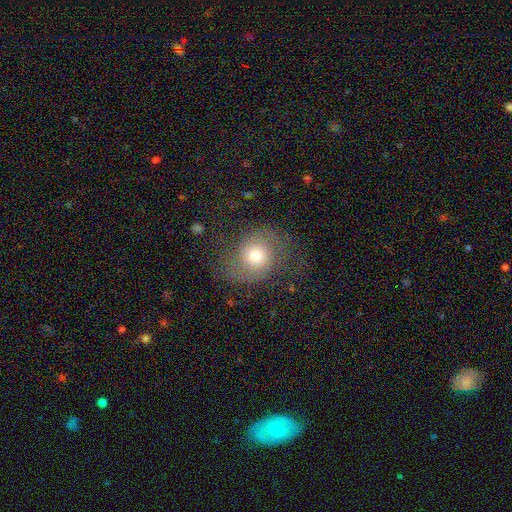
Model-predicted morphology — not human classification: Smooth or featured?
  - featured or disk: 47% *
  - smooth: 43%
  - star or artifact: 10%
Merging?
  - none: 60% *
  - minor disturbance: 20%
  - major disturbance: 19%
  - merger: 2%